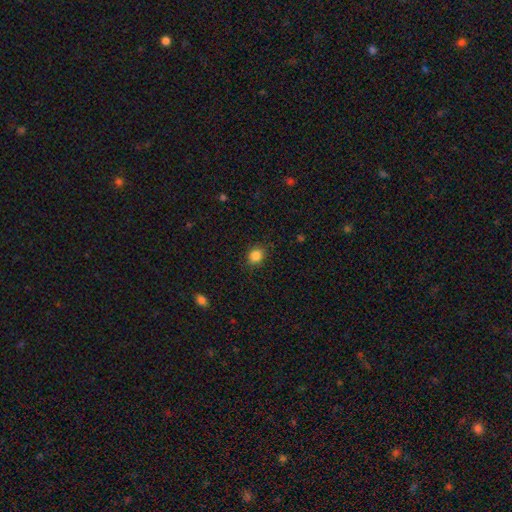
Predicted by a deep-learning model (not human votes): Q: Smooth or featured?
A: smooth (85%); runner-up: star or artifact (11%)
Q: How rounded?
A: round (75%); runner-up: in between (24%)
Q: Merging?
A: none (87%); runner-up: minor disturbance (9%)